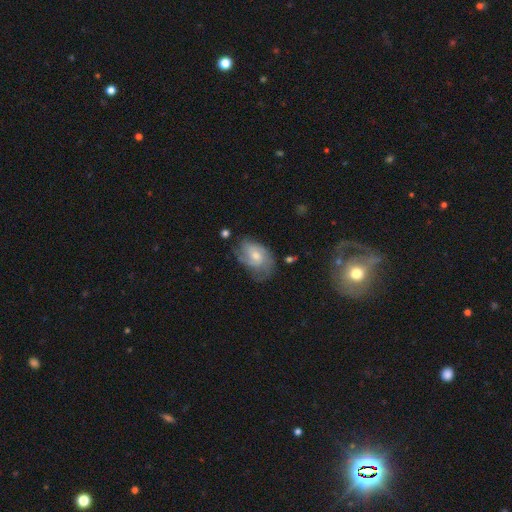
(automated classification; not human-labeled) This is likely a featured or disk galaxy (65%). It is clearly not viewed edge-on (97%). Bar: likely no (63%). Spiral arm pattern: clearly yes (86%). Spiral arm count: marginally can't tell (38%). Spiral winding: marginally tight (44%). Central bulge: possibly moderate (59%). Merging: possibly none (56%).